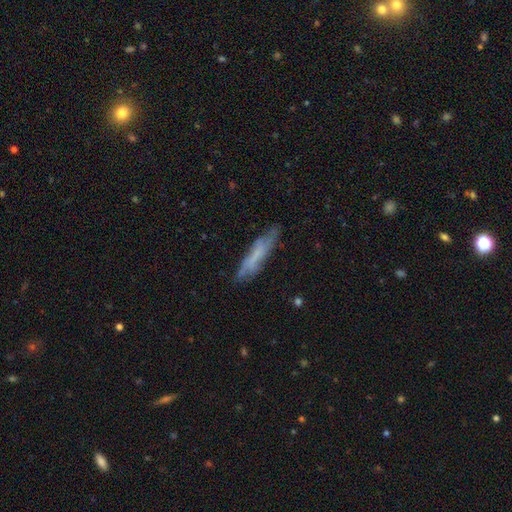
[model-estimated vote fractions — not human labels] This appears to be a smooth galaxy with no disk features (52%) that is cigar-shaped (83%). Merging: none (71%).